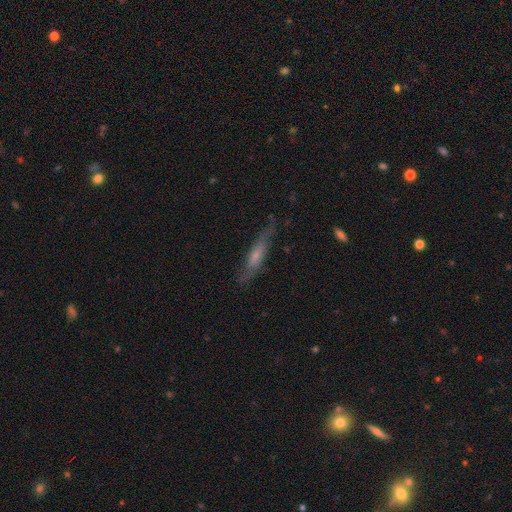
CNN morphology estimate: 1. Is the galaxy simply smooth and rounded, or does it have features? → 57% featured or disk, 34% smooth, 9% star or artifact.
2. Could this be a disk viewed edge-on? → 71% yes, 29% no.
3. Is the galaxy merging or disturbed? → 73% none, 19% minor disturbance, 6% major disturbance, 2% merger.